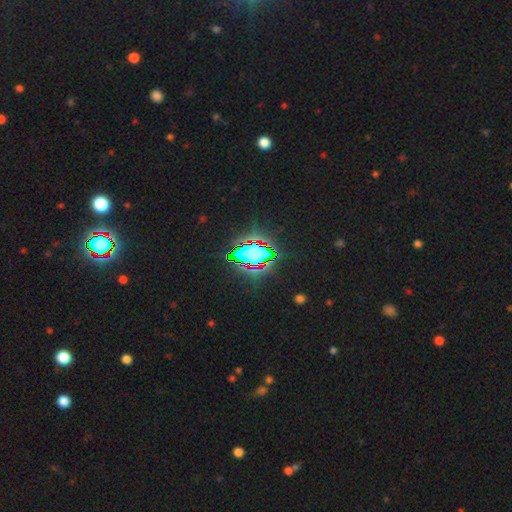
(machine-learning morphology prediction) Smooth or featured? Predicted: star or artifact (p=0.67).